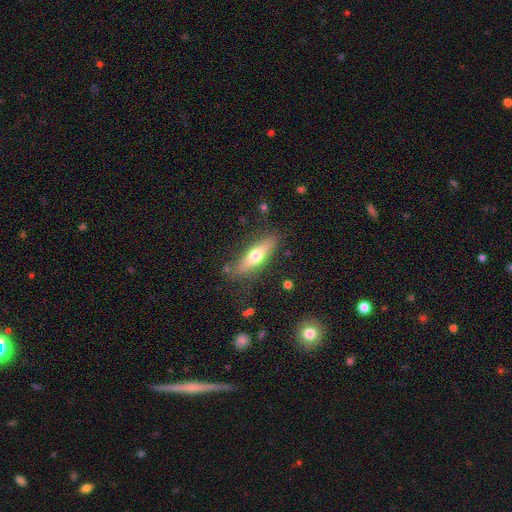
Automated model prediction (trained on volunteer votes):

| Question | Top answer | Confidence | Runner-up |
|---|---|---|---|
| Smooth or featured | smooth | 60% | featured or disk (34%) |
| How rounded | cigar-shaped | 57% | in between (40%) |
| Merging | none | 82% | minor disturbance (13%) |